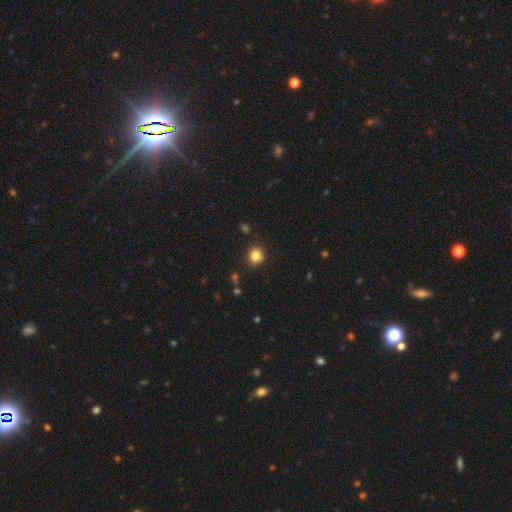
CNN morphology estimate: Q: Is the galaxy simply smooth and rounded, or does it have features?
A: smooth — 83%.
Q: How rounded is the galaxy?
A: round — 80%.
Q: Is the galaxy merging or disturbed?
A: none — 89%.